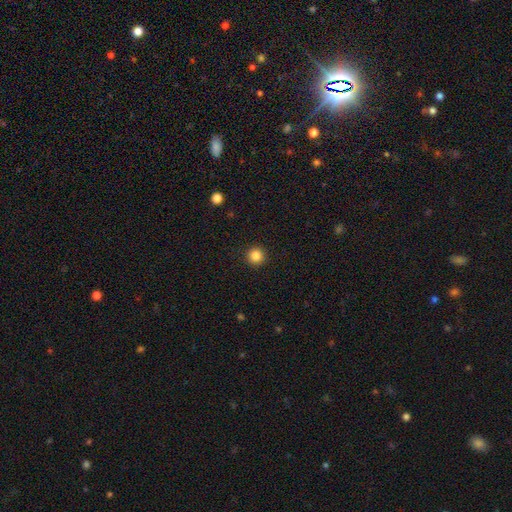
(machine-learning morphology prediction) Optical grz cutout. It shows a smooth galaxy with no disk features (85%) that is round (95%). Merging: none (93%).